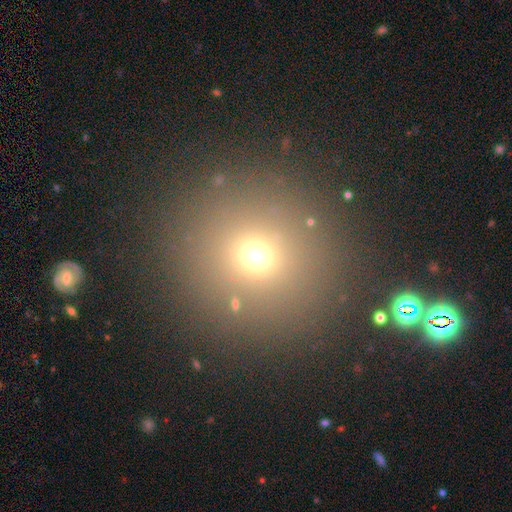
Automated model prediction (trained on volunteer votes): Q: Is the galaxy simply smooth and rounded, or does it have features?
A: smooth — 66%.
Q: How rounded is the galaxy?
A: round — 92%.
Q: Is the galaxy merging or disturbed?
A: none — 87%.